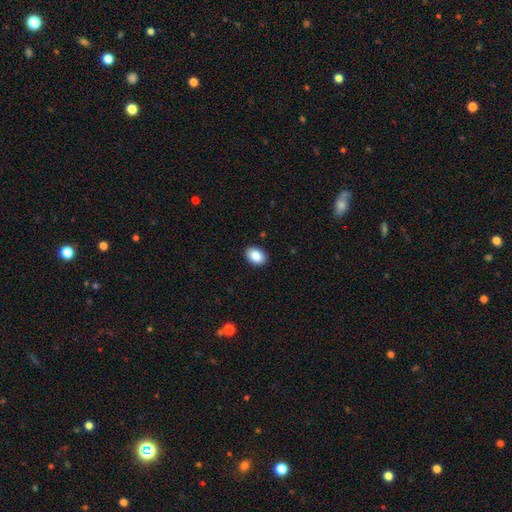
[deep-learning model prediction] Q: Smooth or featured?
A: smooth (87%); runner-up: star or artifact (7%)
Q: How rounded?
A: in between (81%); runner-up: round (18%)
Q: Merging?
A: none (91%); runner-up: minor disturbance (7%)